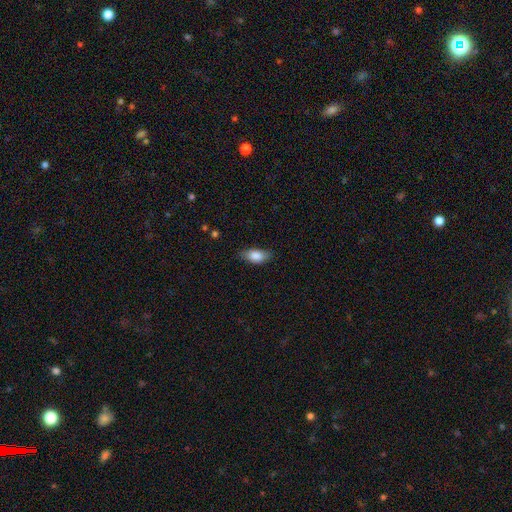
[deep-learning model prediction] Smooth or featured?
  - smooth: 84% *
  - featured or disk: 9%
  - star or artifact: 7%
How rounded?
  - in between: 88% *
  - cigar-shaped: 8%
  - round: 4%
Merging?
  - none: 77% *
  - minor disturbance: 19%
  - major disturbance: 4%
  - merger: 1%